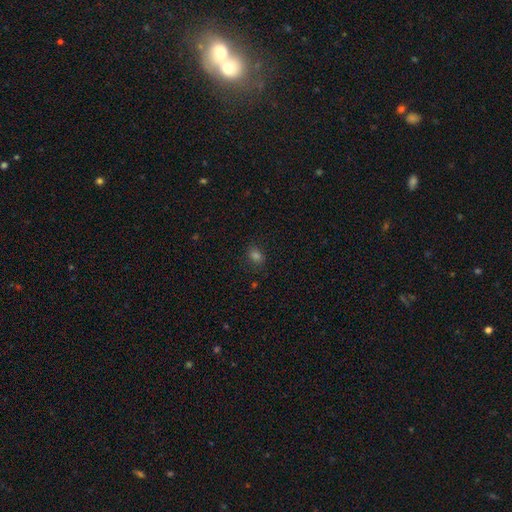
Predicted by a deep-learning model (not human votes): This appears to be a smooth galaxy with no disk features (74%) that is in between round and cigar-shaped (60%). Merging: none (84%).